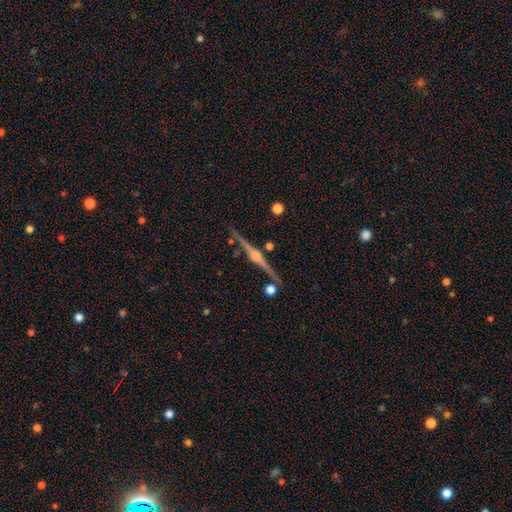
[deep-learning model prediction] This is clearly a featured or disk galaxy (85%). It is clearly viewed edge-on (98%). Edge-on bulge: clearly rounded (88%). Merging: clearly none (85%).